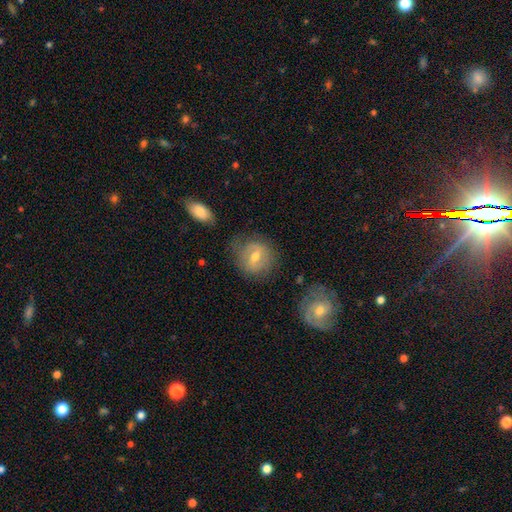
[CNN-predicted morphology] smooth-or-featured: smooth: 46% (tied) | featured or disk: 46% (tied) | star or artifact: 9%
  merging: none: 69% | minor disturbance: 20% | major disturbance: 8% | merger: 3%